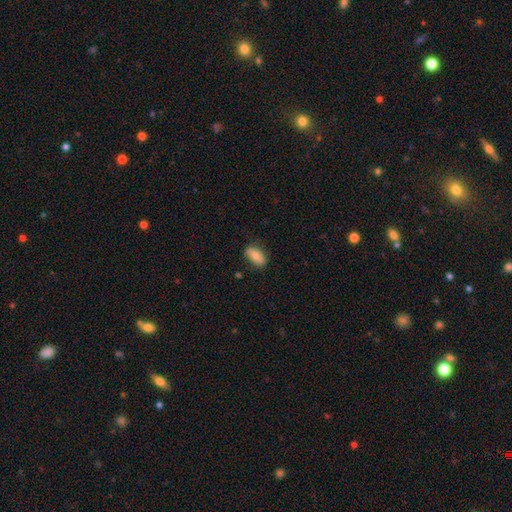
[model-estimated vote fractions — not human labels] smooth 77%, featured or disk 16%, star or artifact 7%. Down the decision tree: how rounded — in between (89%); merging — none (79%).